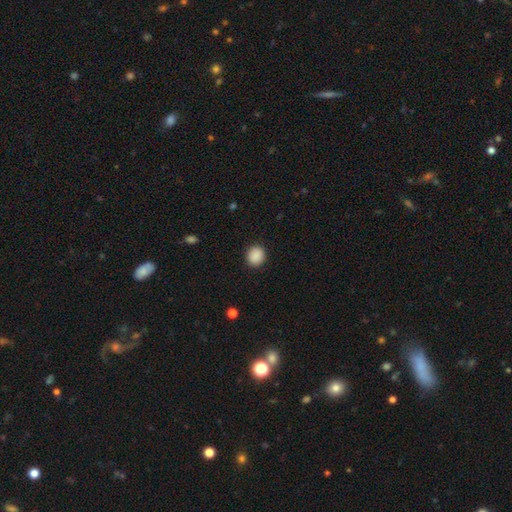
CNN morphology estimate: type=smooth (89%); roundness=round (80%); merging=none (90%).